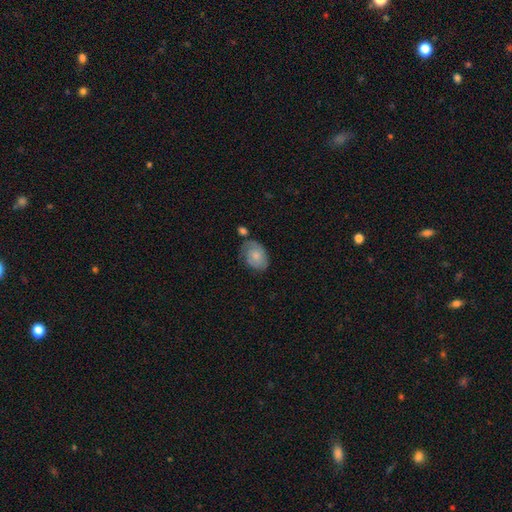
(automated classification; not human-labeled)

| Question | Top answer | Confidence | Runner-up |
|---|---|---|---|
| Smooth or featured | smooth | 64% | featured or disk (29%) |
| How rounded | in between | 75% | round (24%) |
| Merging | none | 52% | minor disturbance (29%) |